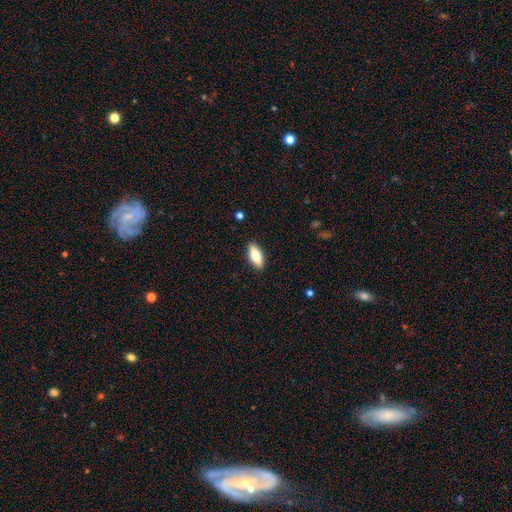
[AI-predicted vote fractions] Smooth or featured?
  - smooth: 66% *
  - featured or disk: 28%
  - star or artifact: 6%
How rounded?
  - in between: 72% *
  - cigar-shaped: 25%
  - round: 3%
Merging?
  - none: 89% *
  - minor disturbance: 8%
  - major disturbance: 2%
  - merger: 1%